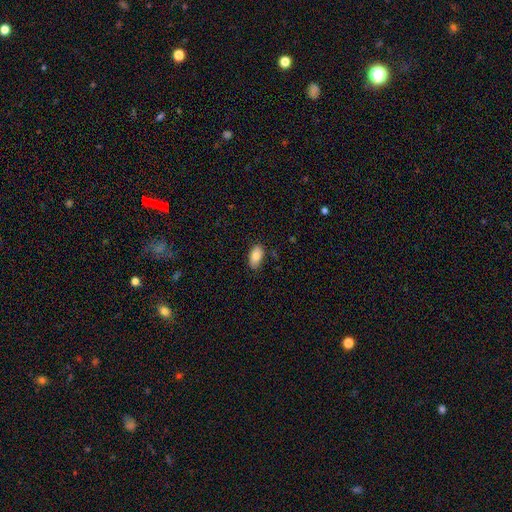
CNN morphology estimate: Q: Smooth or featured?
A: smooth (83%); runner-up: featured or disk (10%)
Q: How rounded?
A: in between (93%); runner-up: round (4%)
Q: Merging?
A: none (83%); runner-up: minor disturbance (14%)